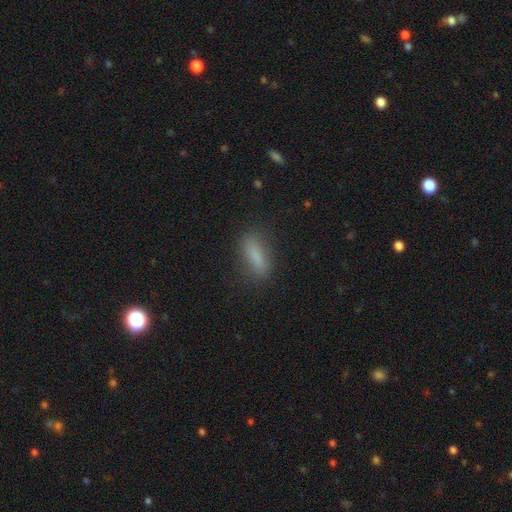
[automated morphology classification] Overall: smooth (80%). How rounded: in between (52%; cigar-shaped 45%). Merging: none (81%).